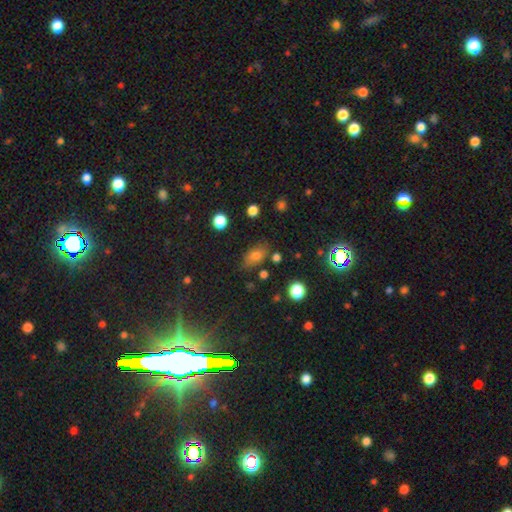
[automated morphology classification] type=smooth (70%); roundness=in between (82%); merging=none (73%).